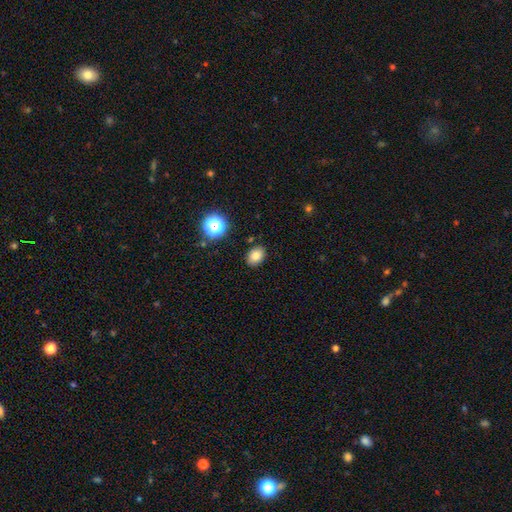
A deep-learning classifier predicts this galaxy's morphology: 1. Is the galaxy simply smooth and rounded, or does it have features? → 79% smooth, 12% star or artifact, 8% featured or disk.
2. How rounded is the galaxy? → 74% in between, 25% round, 1% cigar-shaped.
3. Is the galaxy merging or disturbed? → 87% none, 9% minor disturbance, 2% major disturbance, 2% merger.